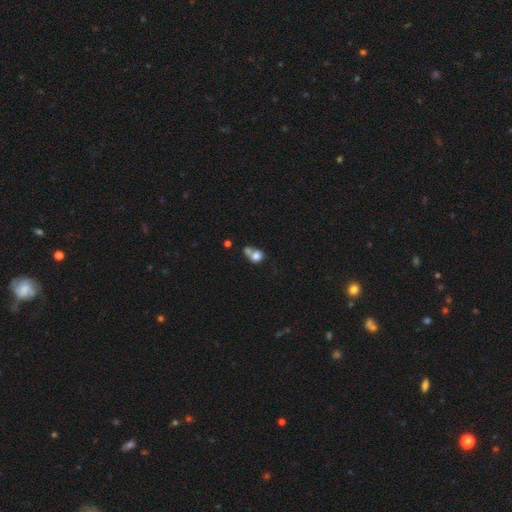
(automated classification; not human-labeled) Smooth or featured: smooth — 76% (featured or disk — 13%)
How rounded: round — 66% (in between — 32%)
Merging: merger — 56% (none — 27%)